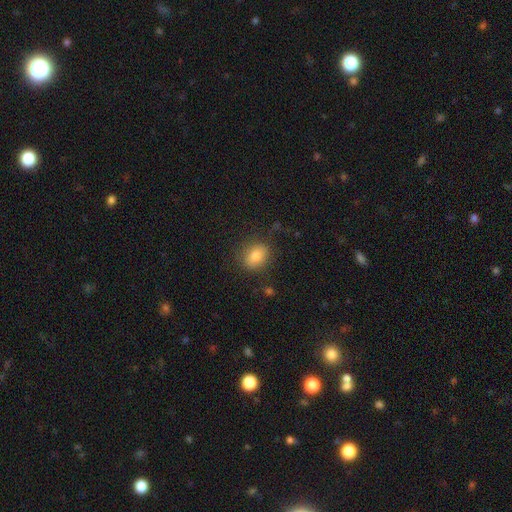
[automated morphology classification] Smooth or featured?
  - smooth: 82% *
  - star or artifact: 10%
  - featured or disk: 8%
How rounded?
  - in between: 62% *
  - round: 37%
  - cigar-shaped: 2%
Merging?
  - none: 81% *
  - minor disturbance: 14%
  - major disturbance: 4%
  - merger: 2%